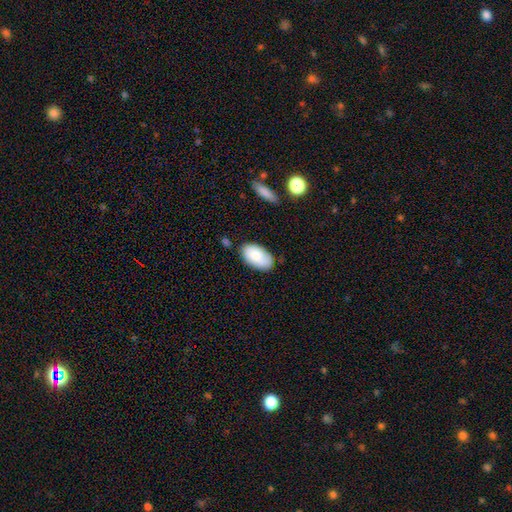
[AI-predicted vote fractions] Morphology: type=smooth (79%); roundness=in between (95%); merging=none (75%).